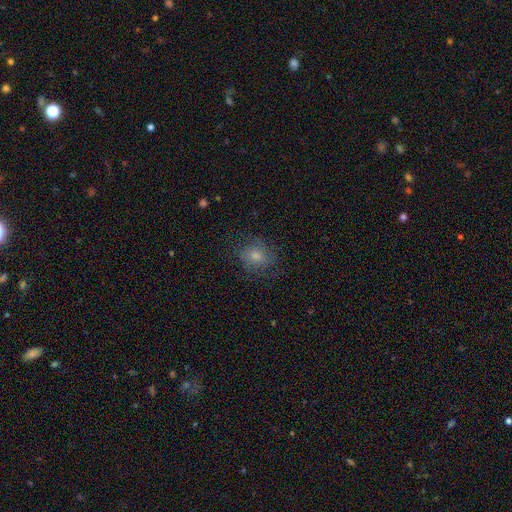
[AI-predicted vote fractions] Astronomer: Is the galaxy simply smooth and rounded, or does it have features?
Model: smooth — 47% (runner-up: featured or disk, 34%).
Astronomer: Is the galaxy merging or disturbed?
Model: none — 73%.